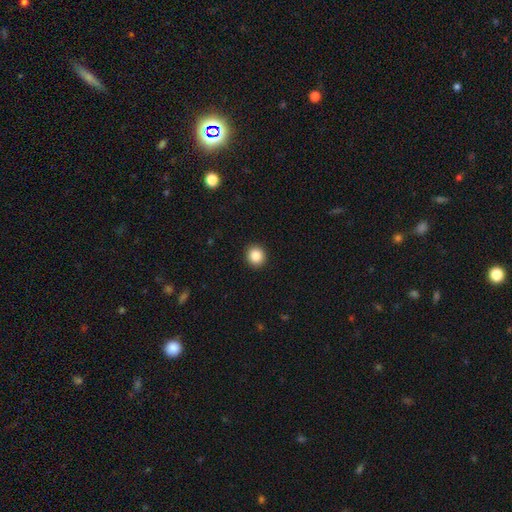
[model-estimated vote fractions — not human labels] Smooth or featured? Predicted: smooth (p=0.87). How rounded? Predicted: round (p=0.90). Merging? Predicted: none (p=0.93).